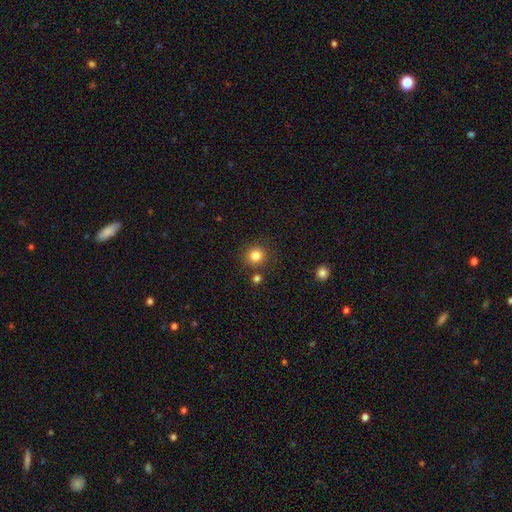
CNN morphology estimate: A smooth galaxy with no disk features (82%) that is round (89%). Merging: none (82%).